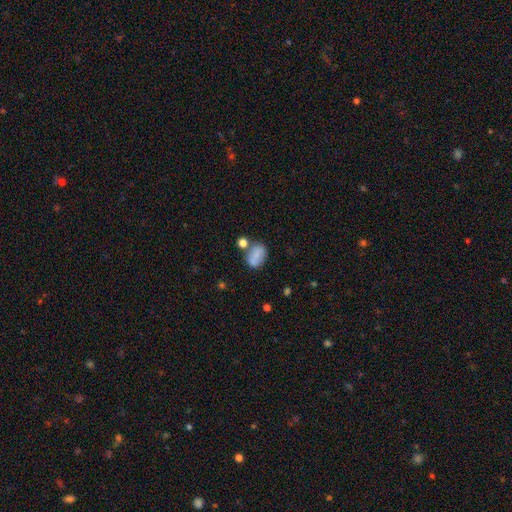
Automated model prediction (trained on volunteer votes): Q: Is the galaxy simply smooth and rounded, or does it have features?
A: smooth — 76%.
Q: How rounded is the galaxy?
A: in between — 77%.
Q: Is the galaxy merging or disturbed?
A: none — 56%.